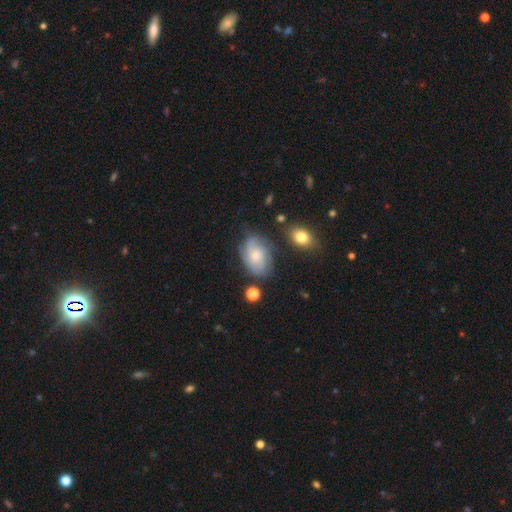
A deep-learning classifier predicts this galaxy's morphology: Overall: featured or disk (53%; smooth 39%). Edge-on disk: no (96%). Bar: no (74%). Spiral arms: yes (84%). Bulge size: small (54%; moderate 31%). Merging: none (64%).